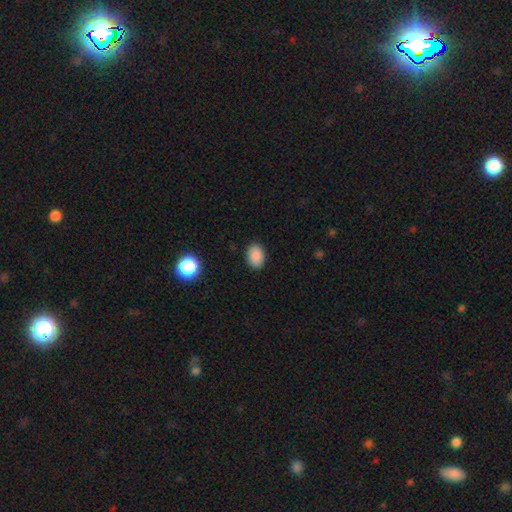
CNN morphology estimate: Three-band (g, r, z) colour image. It shows a smooth galaxy with no disk features (88%) that is in between round and cigar-shaped (79%). Merging: none (88%).